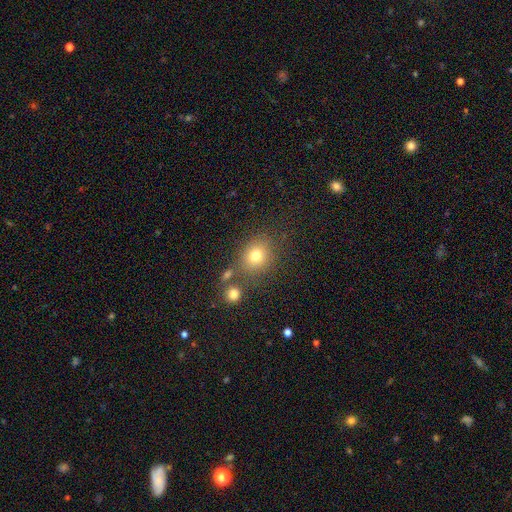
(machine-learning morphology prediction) A smooth galaxy with no disk features (76%) that is round (73%). Merging: none (72%).